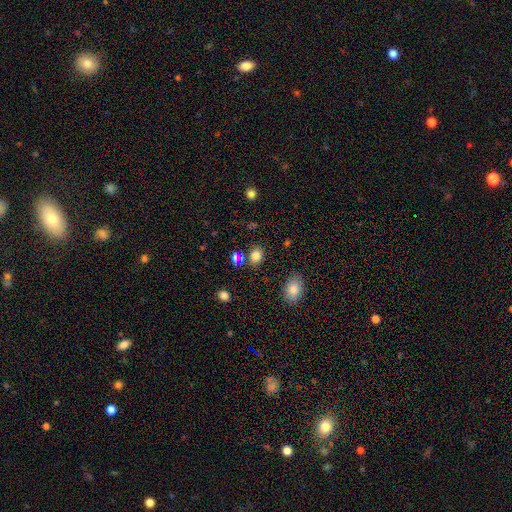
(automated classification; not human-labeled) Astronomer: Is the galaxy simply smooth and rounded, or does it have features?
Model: smooth — 80%.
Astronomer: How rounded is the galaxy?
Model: round — 53% (runner-up: in between, 46%).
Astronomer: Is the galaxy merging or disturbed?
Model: none — 76%.